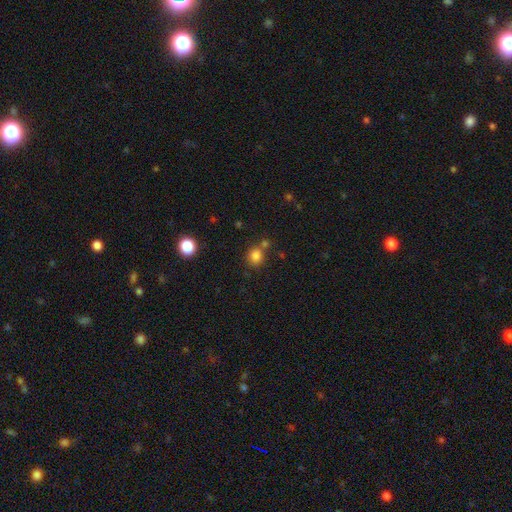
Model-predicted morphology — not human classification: Smooth or featured? Predicted: smooth (p=0.82). How rounded? Predicted: round (p=0.85). Merging? Predicted: none (p=0.69).